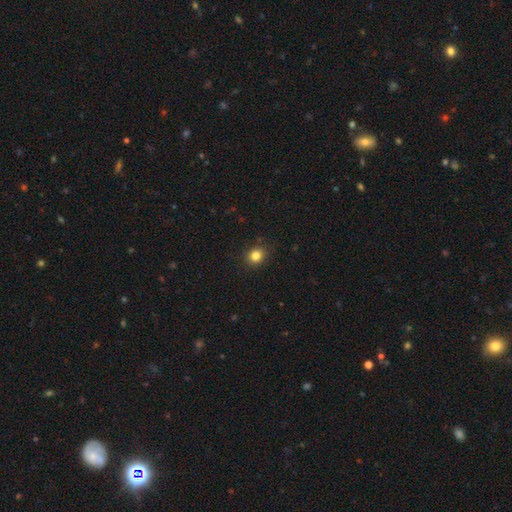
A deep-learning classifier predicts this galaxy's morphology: This is clearly a smooth galaxy (83%). How rounded: likely round (76%). Merging: clearly none (90%).